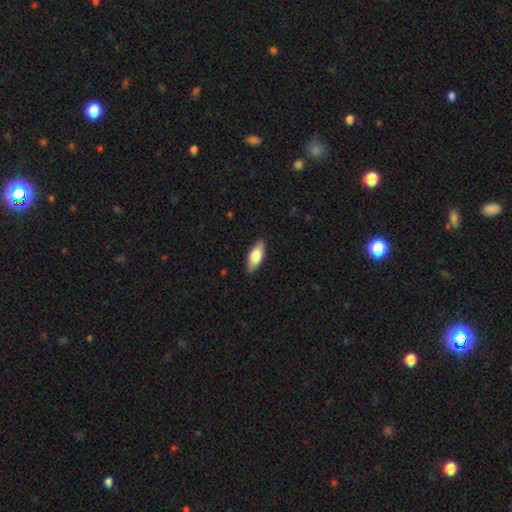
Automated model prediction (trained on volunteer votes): smooth_or_featured: smooth (p=0.72) [alt: featured or disk p=0.22]
how_rounded: in between (p=0.80) [alt: cigar-shaped p=0.17]
merging: none (p=0.89) [alt: minor disturbance p=0.09]